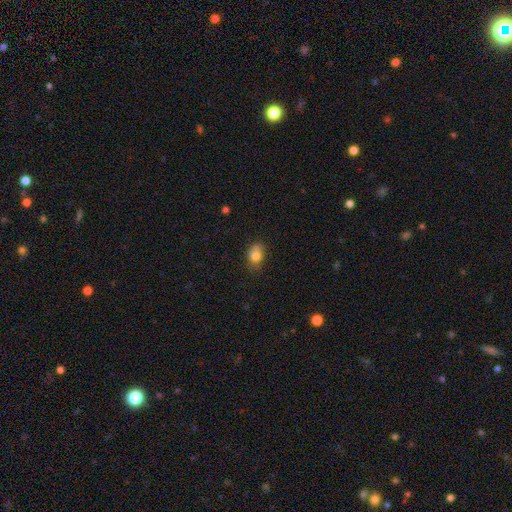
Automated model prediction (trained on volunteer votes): smooth_or_featured: smooth (p=0.76) [alt: featured or disk p=0.14]
how_rounded: in between (p=0.68) [alt: round p=0.31]
merging: none (p=0.56) [alt: minor disturbance p=0.28]